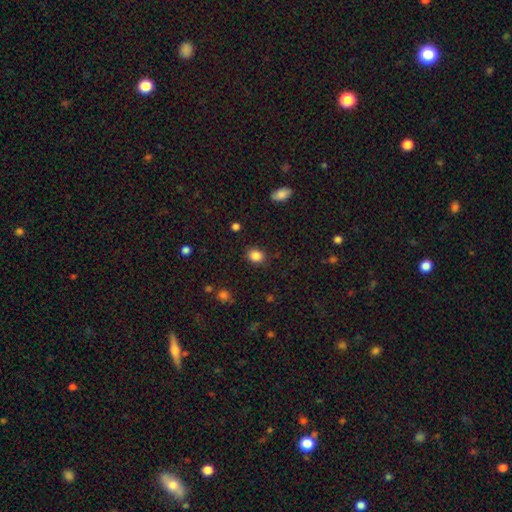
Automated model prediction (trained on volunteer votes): Q: Smooth or featured?
A: smooth (86%); runner-up: star or artifact (10%)
Q: How rounded?
A: in between (52%); runner-up: round (47%)
Q: Merging?
A: none (86%); runner-up: minor disturbance (10%)